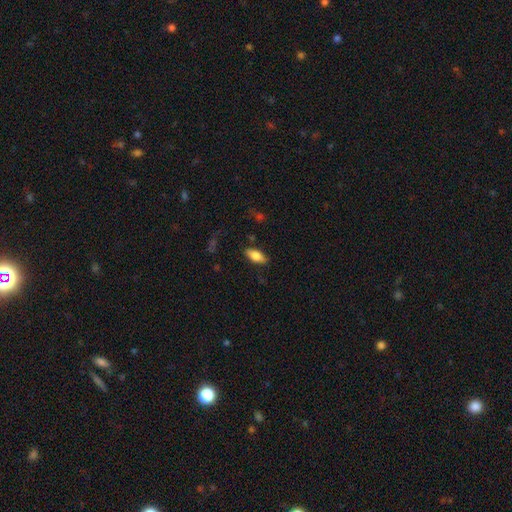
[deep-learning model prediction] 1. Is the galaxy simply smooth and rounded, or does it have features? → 71% smooth, 22% featured or disk, 7% star or artifact.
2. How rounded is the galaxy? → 79% in between, 18% cigar-shaped, 3% round.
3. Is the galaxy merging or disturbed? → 86% none, 11% minor disturbance, 2% major disturbance, 1% merger.